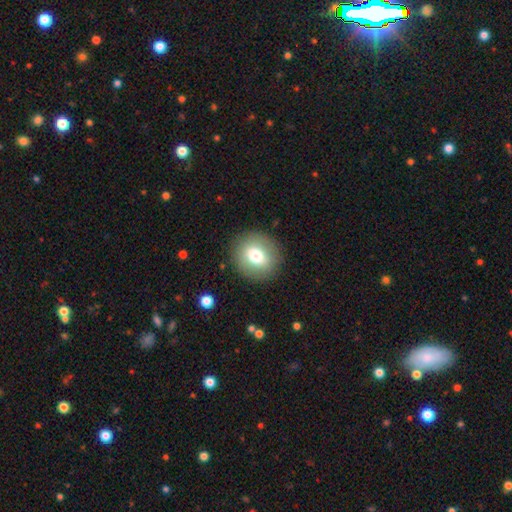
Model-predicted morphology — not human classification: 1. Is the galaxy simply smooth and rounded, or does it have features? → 73% smooth, 18% featured or disk, 9% star or artifact.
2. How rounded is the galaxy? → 75% round, 24% in between, 1% cigar-shaped.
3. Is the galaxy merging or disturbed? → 88% none, 8% minor disturbance, 3% major disturbance, 1% merger.